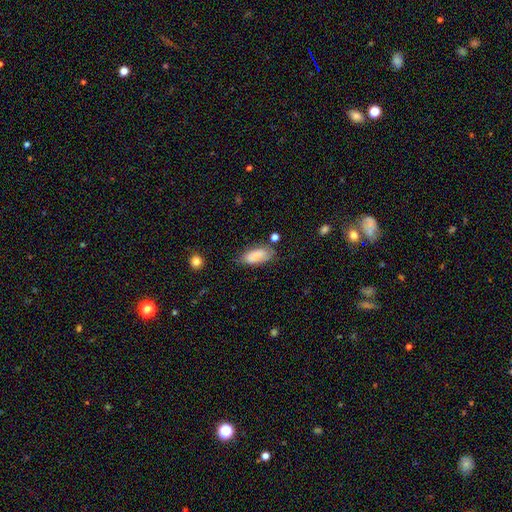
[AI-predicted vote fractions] Q: Smooth or featured?
A: smooth (81%); runner-up: featured or disk (12%)
Q: How rounded?
A: in between (86%); runner-up: cigar-shaped (12%)
Q: Merging?
A: none (62%); runner-up: minor disturbance (27%)